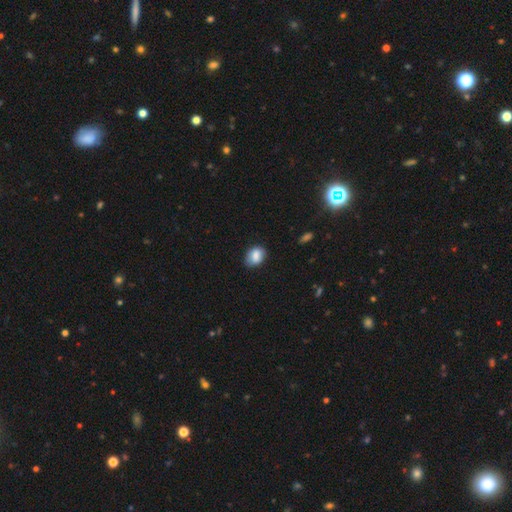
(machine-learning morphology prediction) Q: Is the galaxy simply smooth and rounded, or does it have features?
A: smooth — 85%.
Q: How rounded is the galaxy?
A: in between — 68%.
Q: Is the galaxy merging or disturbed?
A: none — 76%.